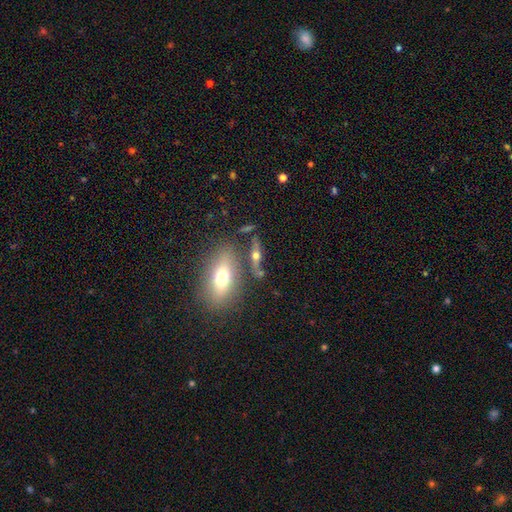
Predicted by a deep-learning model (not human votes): Overall: featured or disk (55%; smooth 33%). Edge-on disk: yes (78%). Merging: none (64%).